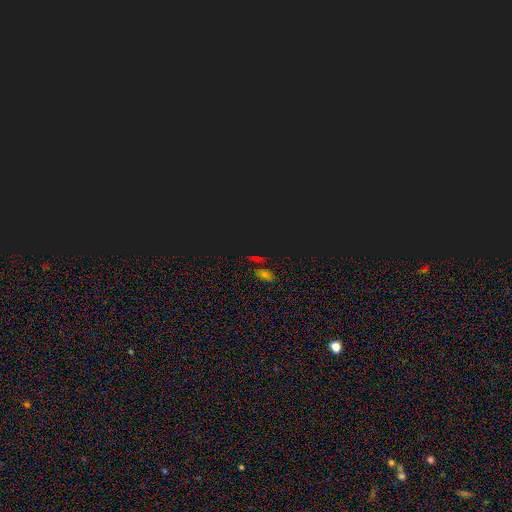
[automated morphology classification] Smooth or featured? star or artifact (65%)